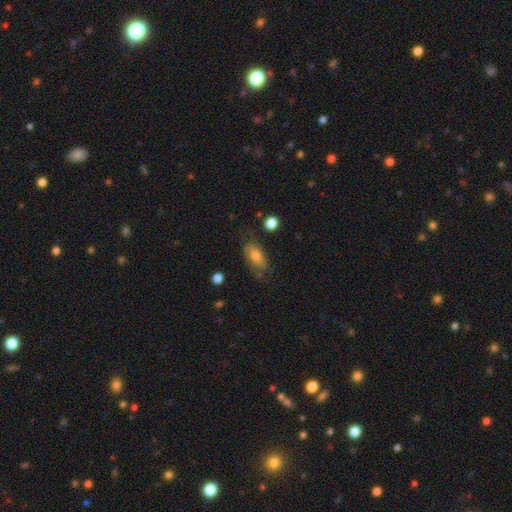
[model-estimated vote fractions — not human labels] A smooth galaxy with no disk features (71%) that is in between round and cigar-shaped (85%).

Vote fractions:
- Smooth or featured? smooth: 71% / featured or disk: 21% / star or artifact: 8%
- How rounded? in between: 85% / cigar-shaped: 10% / round: 5%
- Merging? none: 71% / minor disturbance: 21% / major disturbance: 6% / merger: 3%